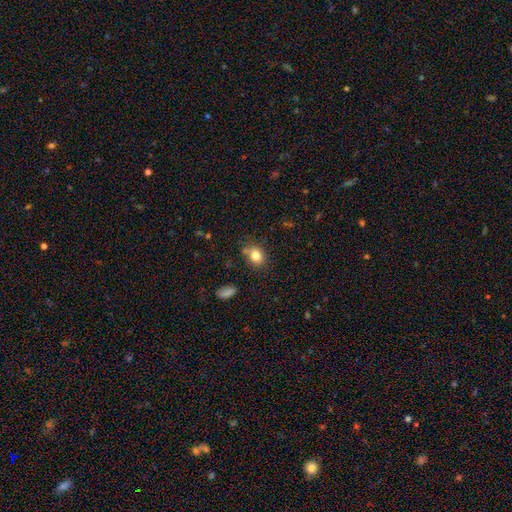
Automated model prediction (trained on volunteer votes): Smooth or featured? Predicted: smooth (p=0.80). How rounded? Predicted: round (p=0.56). Merging? Predicted: none (p=0.76).